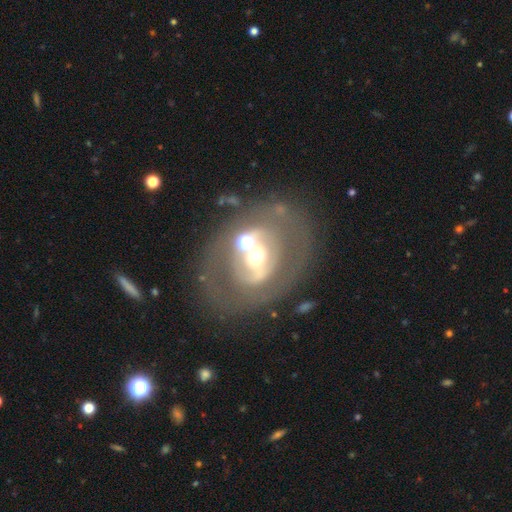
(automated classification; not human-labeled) A featured or disk galaxy (69%) with no bar (43%), no spiral arms (72%) and a moderate central bulge (61%).

Vote fractions:
- Smooth or featured? featured or disk: 69% / smooth: 22% / star or artifact: 9%
- Edge-on disk? no: 94% / yes: 6%
- Bar? no: 43% / strong: 29% / weak: 28%
- Spiral arms? no: 72% / yes: 28%
- Bulge size? moderate: 61% / small: 23% / large: 12% / dominant: 2% / none: 2%
- Merging? none: 65% / minor disturbance: 14% / major disturbance: 12% / merger: 9%